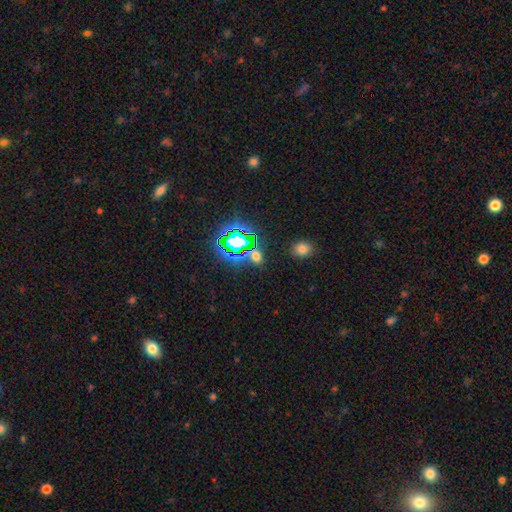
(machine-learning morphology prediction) type=star or artifact (54%).